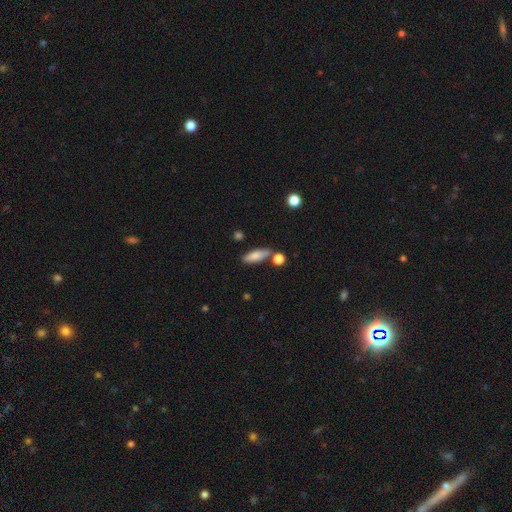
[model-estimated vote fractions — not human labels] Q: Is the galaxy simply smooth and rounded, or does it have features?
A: smooth — 78%.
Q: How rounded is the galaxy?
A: in between — 50%.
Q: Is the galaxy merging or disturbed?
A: none — 72%.